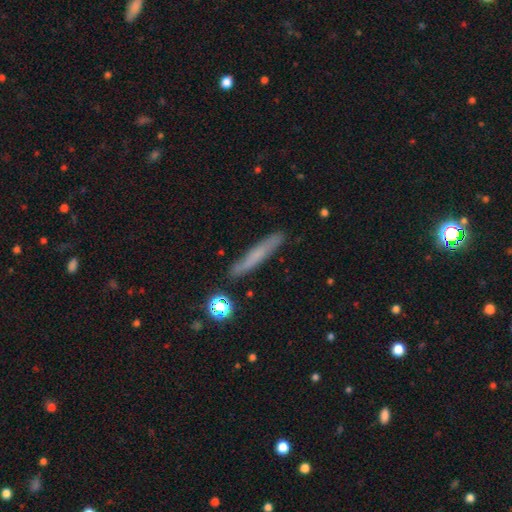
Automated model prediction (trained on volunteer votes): smooth-or-featured: smooth: 58% | featured or disk: 32% | star or artifact: 10%
  how-rounded: cigar-shaped: 93% | in between: 5% | round: 2%
  merging: none: 85% | minor disturbance: 10% | major disturbance: 2% | merger: 2%